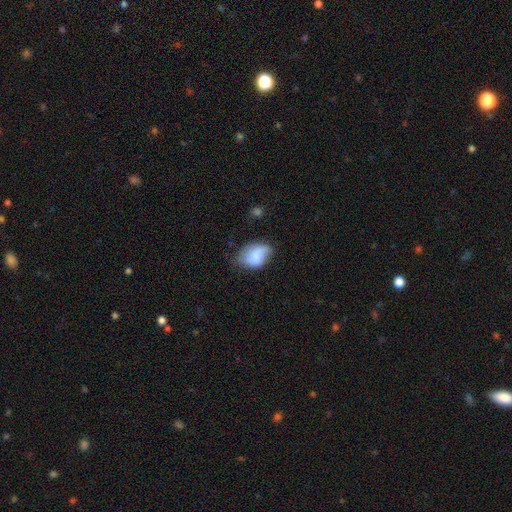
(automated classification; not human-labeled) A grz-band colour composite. It shows a smooth galaxy with no disk features (72%) that is in between round and cigar-shaped (83%). Merging: none (51%).